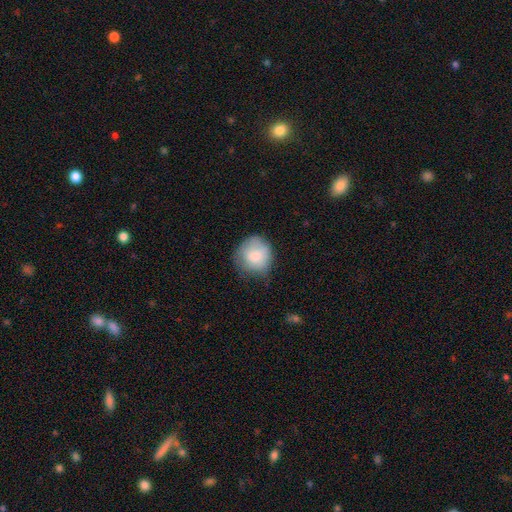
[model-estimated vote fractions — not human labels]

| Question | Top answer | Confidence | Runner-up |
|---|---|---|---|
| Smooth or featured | smooth | 78% | featured or disk (14%) |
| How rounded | round | 84% | in between (15%) |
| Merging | none | 61% | minor disturbance (29%) |